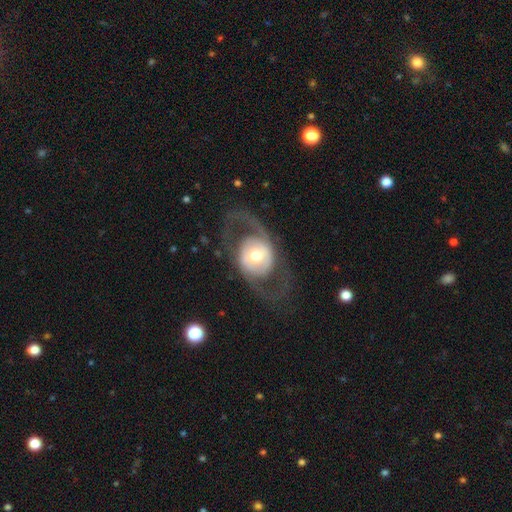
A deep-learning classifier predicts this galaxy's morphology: The model was most divided on "spiral arms": yes: 54%, no: 46%. More confident: edge-on disk — no (93%); smooth or featured — featured or disk (71%); bar — no (71%); merging — none (67%); bulge size — moderate (66%).